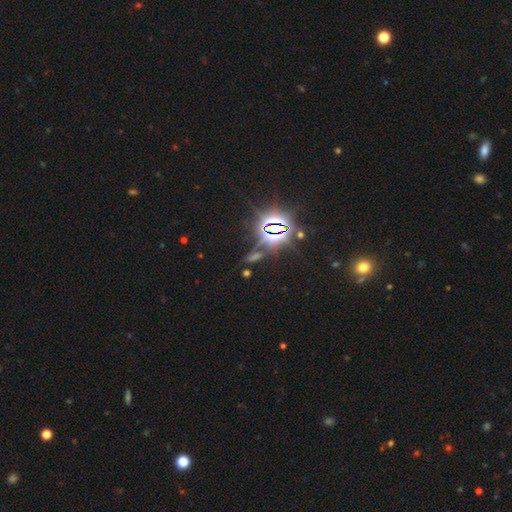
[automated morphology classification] Smooth or featured: star or artifact — 81% (smooth — 10%)